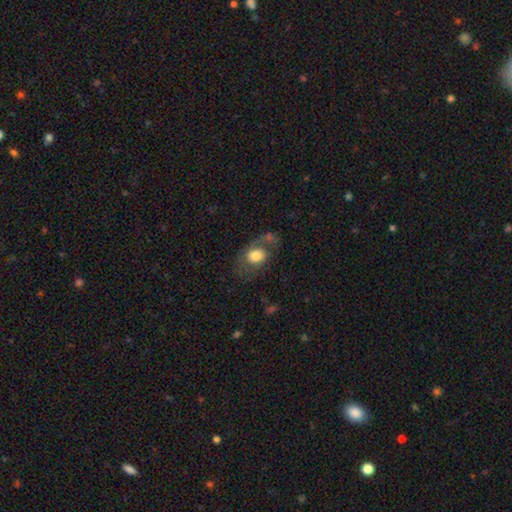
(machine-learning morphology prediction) type=smooth (59%); roundness=in between (65%); merging=none (40%).